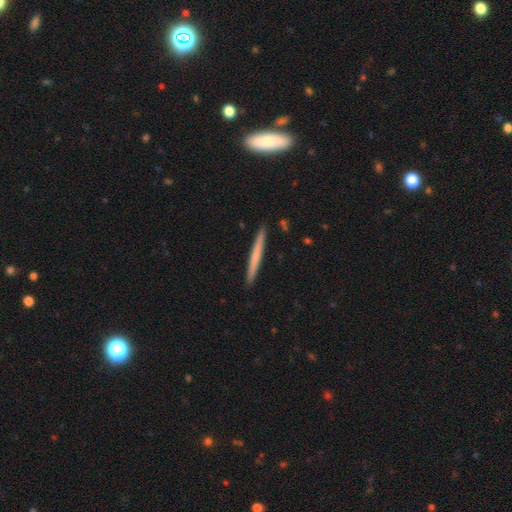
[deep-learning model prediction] This appears to be a smooth galaxy with no disk features (57%) that is cigar-shaped (97%). Merging: none (92%).